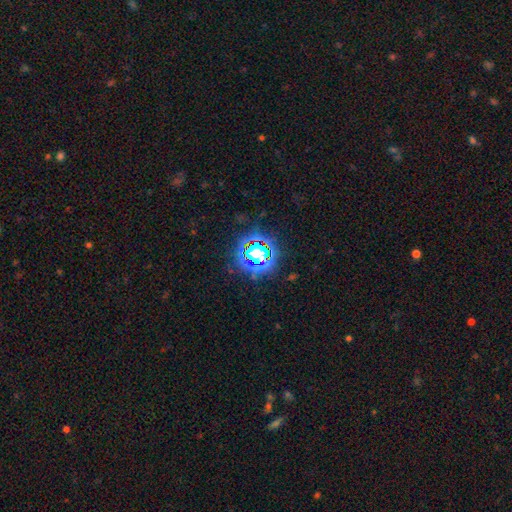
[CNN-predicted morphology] type=star or artifact (78%).